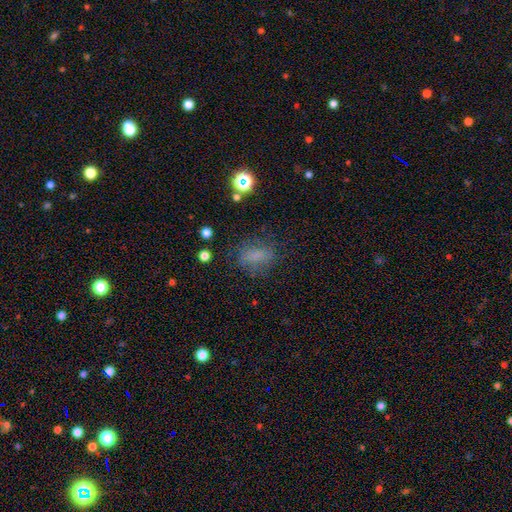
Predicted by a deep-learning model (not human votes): Q: Smooth or featured?
A: smooth (65%); runner-up: star or artifact (19%)
Q: How rounded?
A: in between (70%); runner-up: round (24%)
Q: Merging?
A: none (68%); runner-up: minor disturbance (19%)